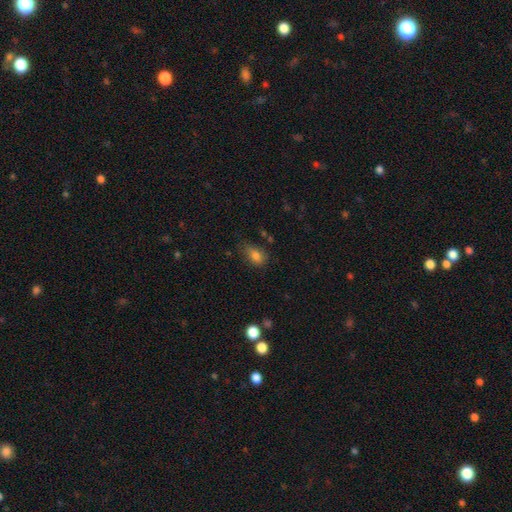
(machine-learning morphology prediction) Smooth or featured: smooth — 81% (star or artifact — 11%)
How rounded: in between — 81% (round — 16%)
Merging: none — 59% (minor disturbance — 30%)